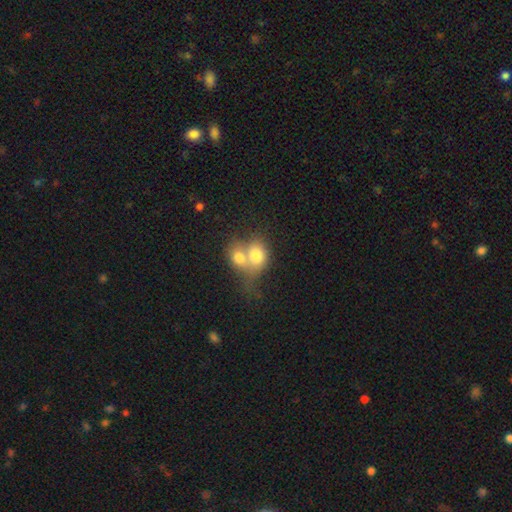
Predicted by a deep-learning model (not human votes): Morphology: type=smooth (71%); roundness=round (54%); merging=merger (75%).